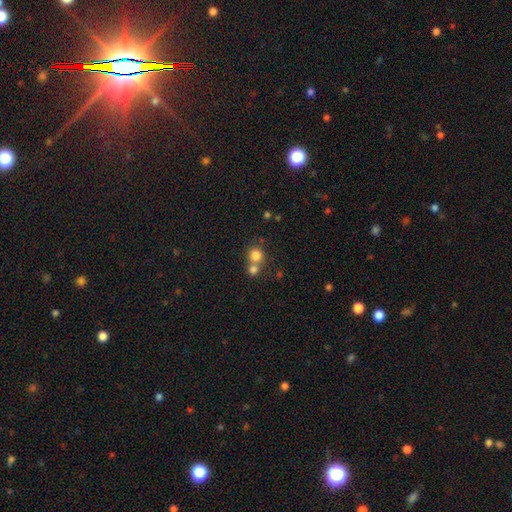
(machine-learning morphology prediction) The model was most divided on "merging": none: 47%, merger: 45%, minor disturbance: 6%, major disturbance: 3%. More confident: how rounded — round (88%); smooth or featured — smooth (80%).